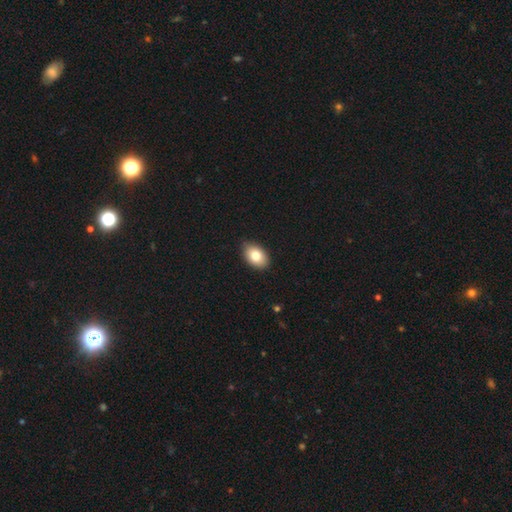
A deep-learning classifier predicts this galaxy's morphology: A smooth galaxy with no disk features (79%) that is in between round and cigar-shaped (87%). Merging: none (85%).